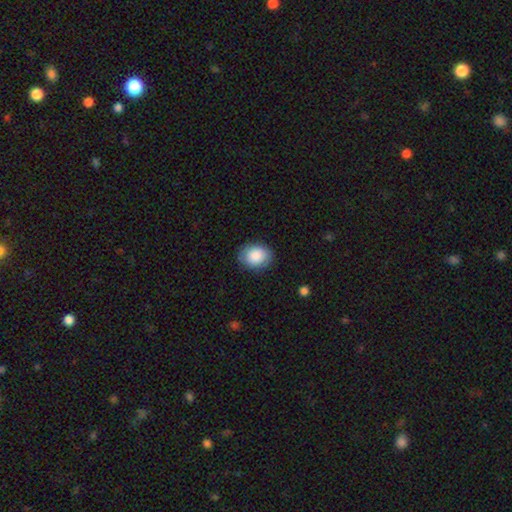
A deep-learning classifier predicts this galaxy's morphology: Q: Smooth or featured?
A: smooth (88%); runner-up: star or artifact (7%)
Q: How rounded?
A: in between (59%); runner-up: round (40%)
Q: Merging?
A: none (84%); runner-up: minor disturbance (12%)